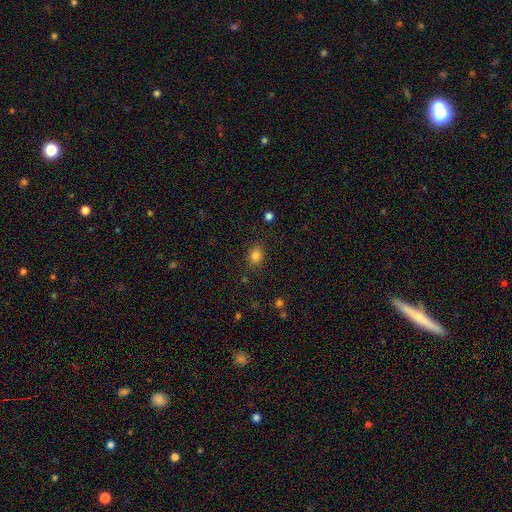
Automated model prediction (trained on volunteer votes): smooth 83%, star or artifact 12%, featured or disk 5%. Down the decision tree: how rounded — round (56%); merging — none (83%).